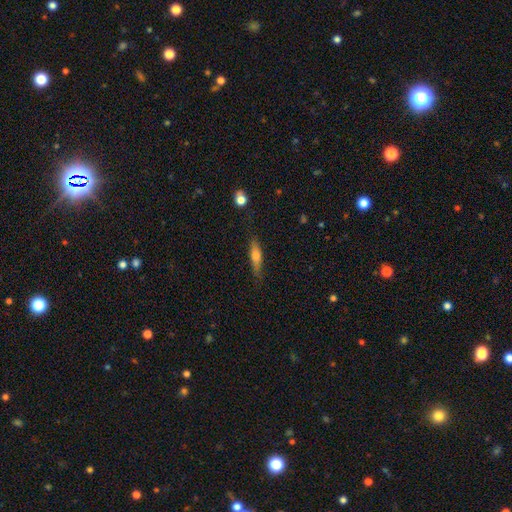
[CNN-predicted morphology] smooth 55%, featured or disk 38%, star or artifact 7%. Down the decision tree: how rounded — cigar-shaped (73%); merging — none (79%).